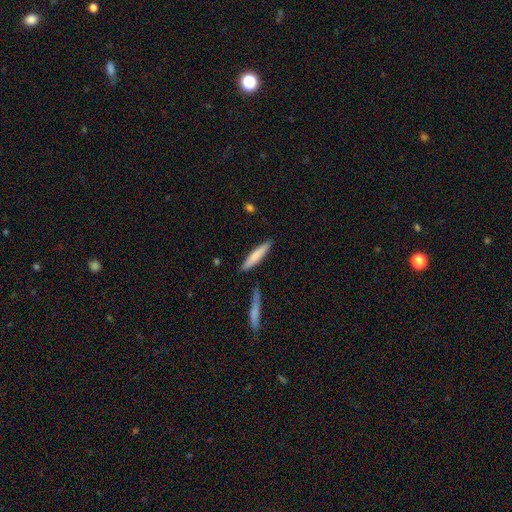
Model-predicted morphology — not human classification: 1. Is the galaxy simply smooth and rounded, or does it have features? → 76% smooth, 18% featured or disk, 5% star or artifact.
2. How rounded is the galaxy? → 88% cigar-shaped, 11% in between, 1% round.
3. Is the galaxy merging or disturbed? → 85% none, 9% minor disturbance, 4% merger, 2% major disturbance.